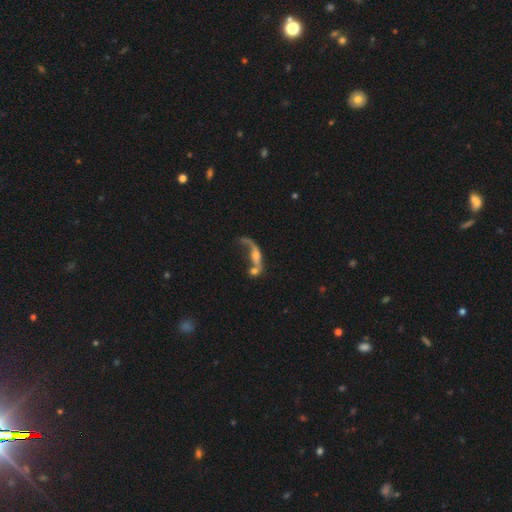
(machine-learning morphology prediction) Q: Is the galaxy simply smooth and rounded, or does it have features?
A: featured or disk — 59%.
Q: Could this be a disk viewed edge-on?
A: no — 75%.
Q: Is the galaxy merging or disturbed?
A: merger — 49%.